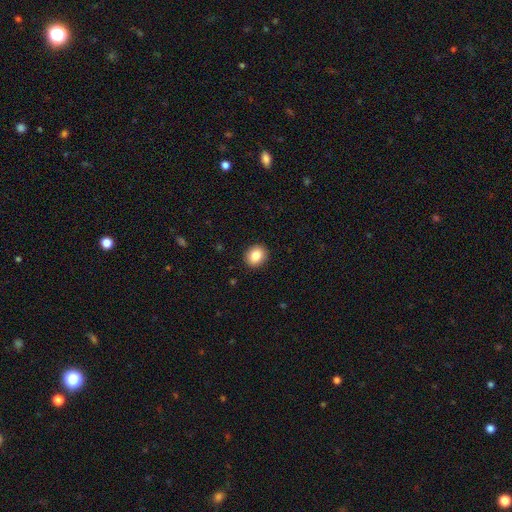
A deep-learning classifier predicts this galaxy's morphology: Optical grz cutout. It shows a smooth galaxy with no disk features (85%) that is round (60%). Merging: none (91%).